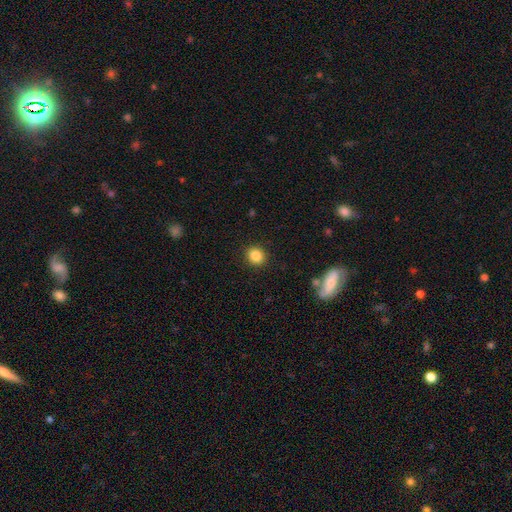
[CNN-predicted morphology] smooth_or_featured: smooth (p=0.85) [alt: star or artifact p=0.10]
how_rounded: round (p=0.78) [alt: in between p=0.21]
merging: none (p=0.90) [alt: minor disturbance p=0.06]